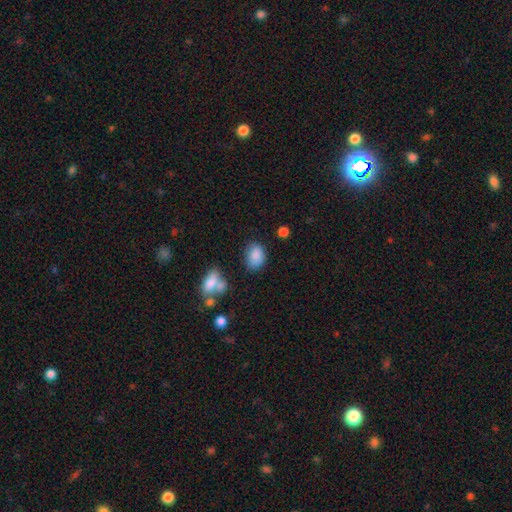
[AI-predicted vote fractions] Smooth or featured: smooth — 86% (star or artifact — 8%)
How rounded: in between — 80% (round — 19%)
Merging: none — 67% (minor disturbance — 21%)